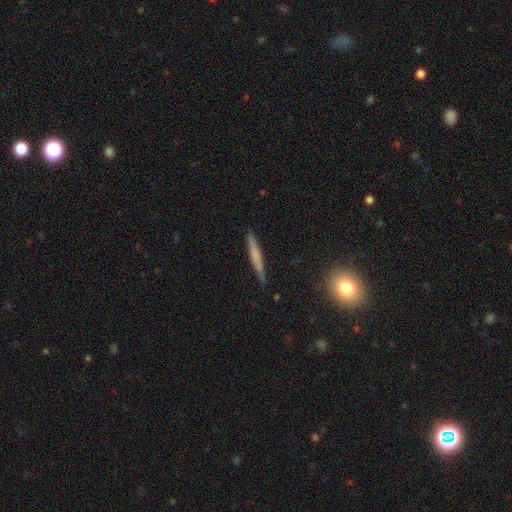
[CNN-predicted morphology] type=smooth (52%); roundness=cigar-shaped (95%); merging=none (88%).